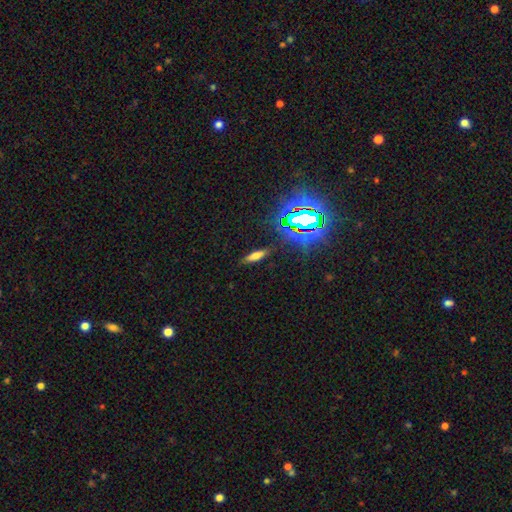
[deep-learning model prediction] A smooth galaxy with no disk features (62%) that is cigar-shaped (52%).

Vote fractions:
- Smooth or featured? smooth: 62% / star or artifact: 24% / featured or disk: 14%
- How rounded? cigar-shaped: 52% / in between: 45% / round: 4%
- Merging? none: 83% / minor disturbance: 11% / major disturbance: 3% / merger: 2%